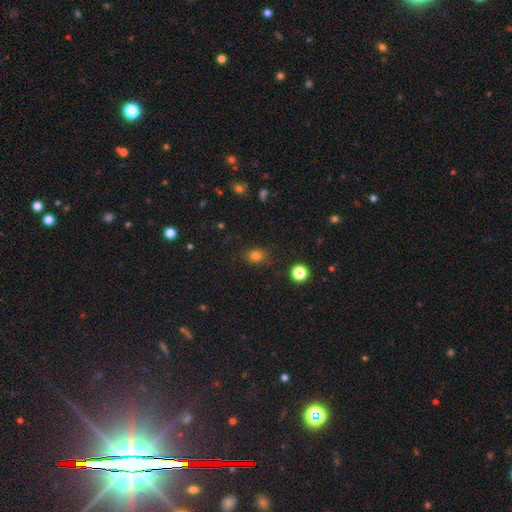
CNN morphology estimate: This is likely a smooth galaxy (80%). How rounded: possibly in between (53%). Merging: clearly none (83%).